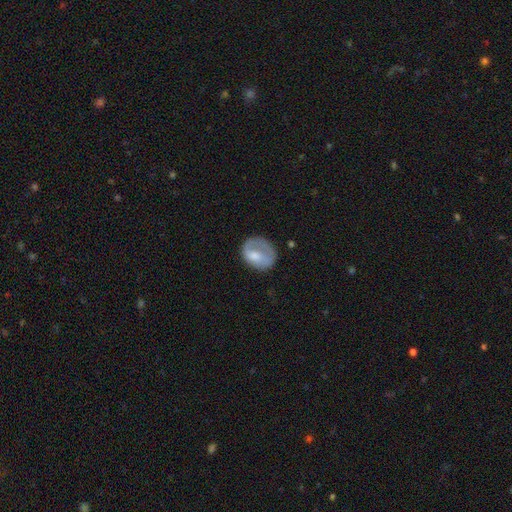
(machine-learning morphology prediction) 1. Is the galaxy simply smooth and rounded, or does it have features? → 56% smooth, 37% featured or disk, 7% star or artifact.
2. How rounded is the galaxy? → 51% round, 48% in between, 1% cigar-shaped.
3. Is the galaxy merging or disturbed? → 45% none, 27% major disturbance, 26% minor disturbance, 2% merger.